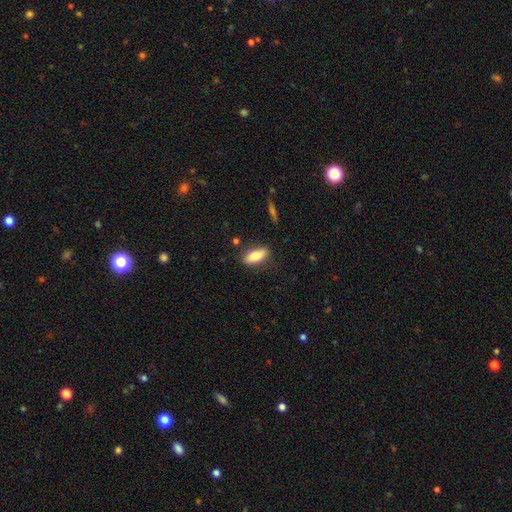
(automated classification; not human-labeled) Morphology: type=smooth (79%); roundness=in between (78%); merging=none (81%).